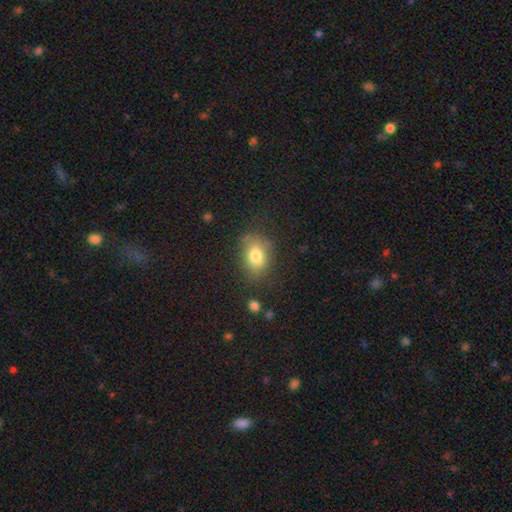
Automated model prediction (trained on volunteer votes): smooth_or_featured: smooth (p=0.77) [alt: featured or disk p=0.13]
how_rounded: in between (p=0.66) [alt: round p=0.33]
merging: none (p=0.70) [alt: minor disturbance p=0.20]